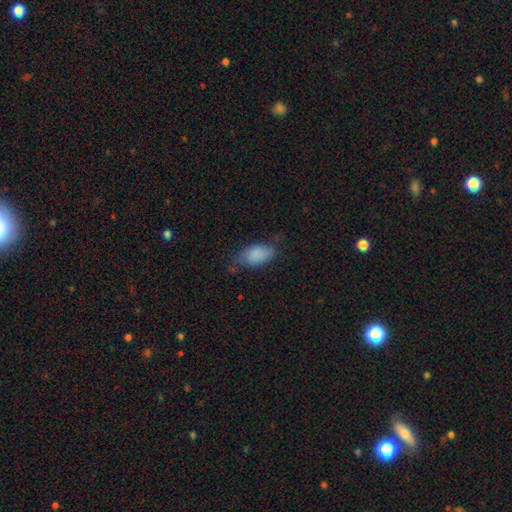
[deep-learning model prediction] smooth_or_featured: smooth (p=0.77) [alt: featured or disk p=0.15]
how_rounded: in between (p=0.90) [alt: cigar-shaped p=0.06]
merging: none (p=0.52) [alt: minor disturbance p=0.34]